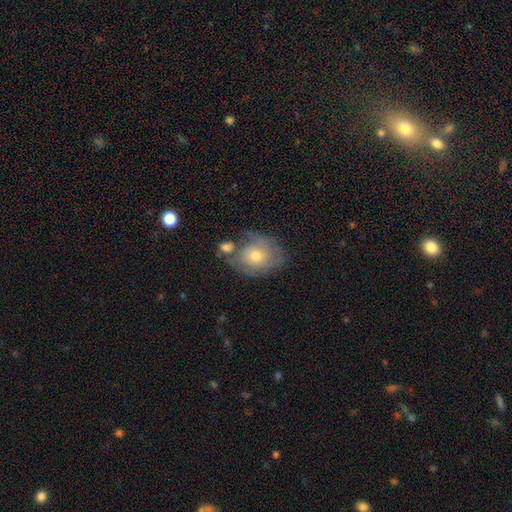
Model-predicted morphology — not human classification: Smooth or featured? Predicted: smooth (p=0.48). Merging? Predicted: none (p=0.49).